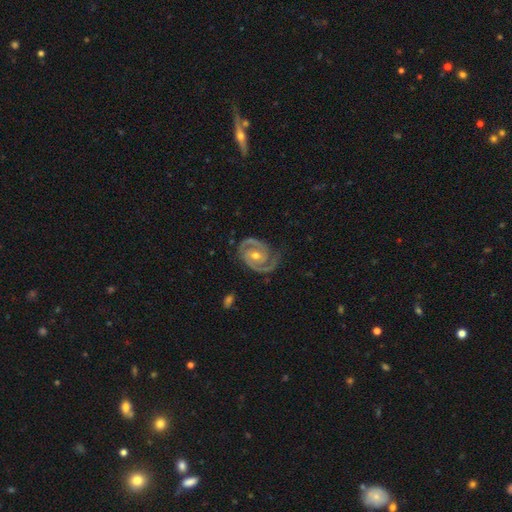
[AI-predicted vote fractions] The model was most divided on "bar": no: 47%, weak: 37%, strong: 16%. More confident: spiral arms — yes (98%); edge-on disk — no (98%); smooth or featured — featured or disk (93%); spiral arm count — 2 (93%); merging — none (81%); bulge size — moderate (67%); spiral winding — tight (58%).